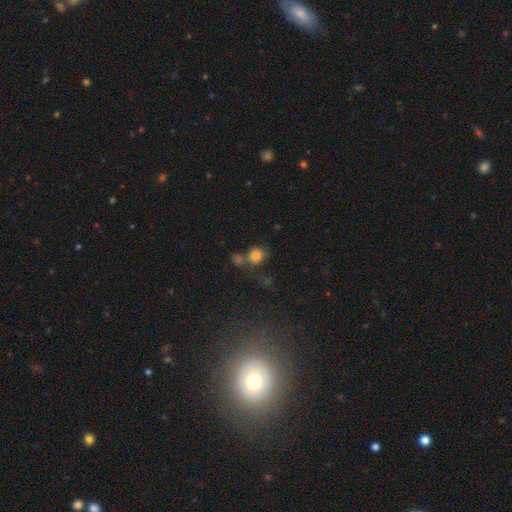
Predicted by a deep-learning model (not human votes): Smooth or featured? Predicted: smooth (p=0.80). How rounded? Predicted: round (p=0.85). Merging? Predicted: none (p=0.52).